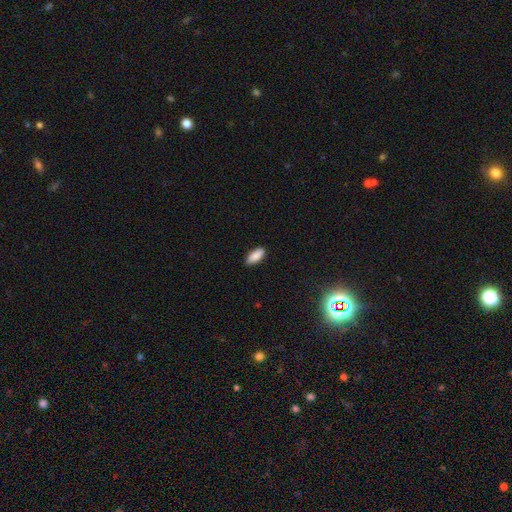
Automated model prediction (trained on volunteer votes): A smooth galaxy with no disk features (89%) that is in between round and cigar-shaped (85%).

Vote fractions:
- Smooth or featured? smooth: 89% / star or artifact: 7% / featured or disk: 4%
- How rounded? in between: 85% / cigar-shaped: 13% / round: 2%
- Merging? none: 85% / minor disturbance: 12% / major disturbance: 2% / merger: 1%